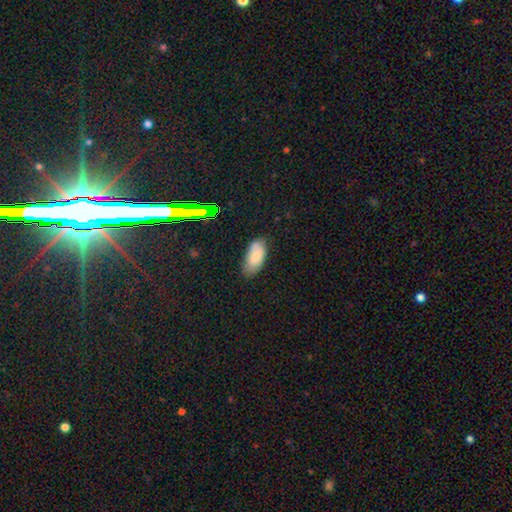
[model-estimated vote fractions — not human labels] Smooth or featured? smooth (80%)
How rounded? in between (92%)
Merging? none (66%)